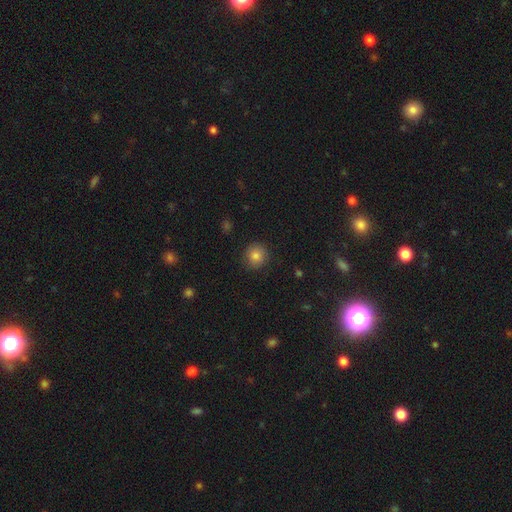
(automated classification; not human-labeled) The model was most divided on "smooth or featured": smooth: 83%, star or artifact: 11%, featured or disk: 6%. More confident: how rounded — round (91%); merging — none (88%).